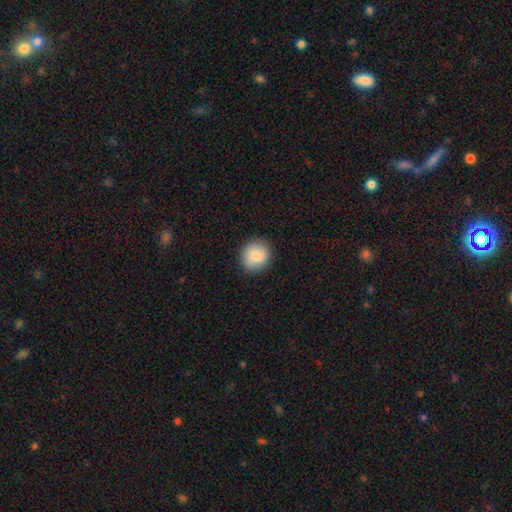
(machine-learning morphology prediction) Q: Smooth or featured?
A: smooth (85%); runner-up: featured or disk (8%)
Q: How rounded?
A: round (89%); runner-up: in between (10%)
Q: Merging?
A: none (88%); runner-up: minor disturbance (8%)